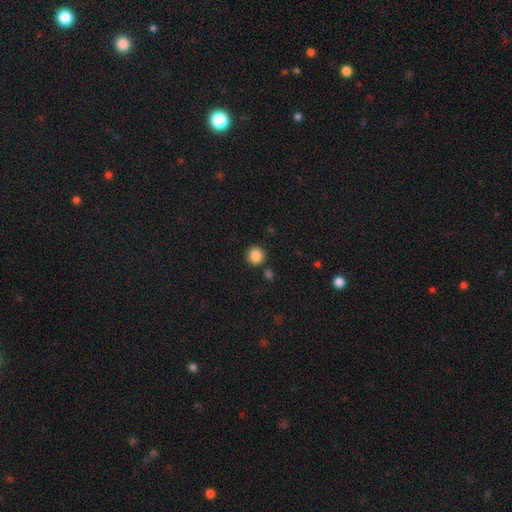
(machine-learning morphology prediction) The model was most divided on "smooth or featured": smooth: 86%, star or artifact: 9%, featured or disk: 4%. More confident: how rounded — round (94%); merging — none (88%).